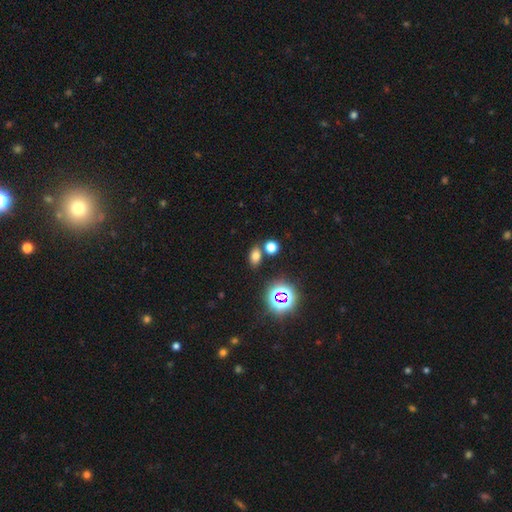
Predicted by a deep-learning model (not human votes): A smooth galaxy with no disk features (68%) that is in between round and cigar-shaped (77%).

Vote fractions:
- Smooth or featured? smooth: 68% / star or artifact: 24% / featured or disk: 8%
- How rounded? in between: 77% / round: 21% / cigar-shaped: 2%
- Merging? none: 72% / merger: 14% / minor disturbance: 10% / major disturbance: 3%